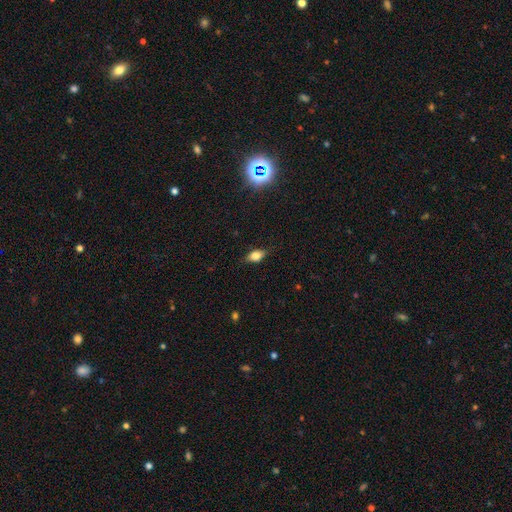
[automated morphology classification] smooth_or_featured: smooth (p=0.76) [alt: featured or disk p=0.14]
how_rounded: in between (p=0.82) [alt: round p=0.11]
merging: none (p=0.81) [alt: minor disturbance p=0.15]